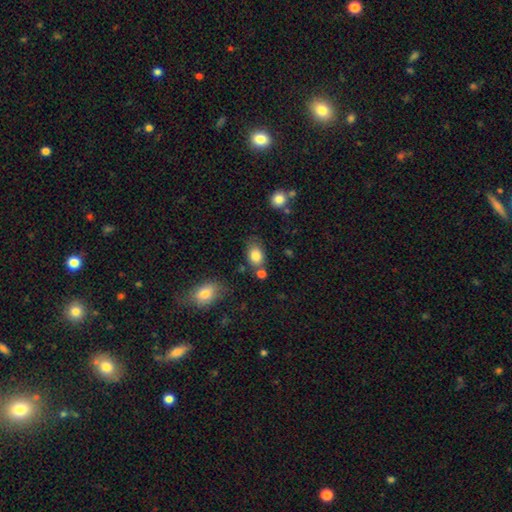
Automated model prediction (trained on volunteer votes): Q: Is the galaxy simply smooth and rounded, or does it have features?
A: smooth — 83%.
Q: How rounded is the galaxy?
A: in between — 77%.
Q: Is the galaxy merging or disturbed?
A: none — 64%.